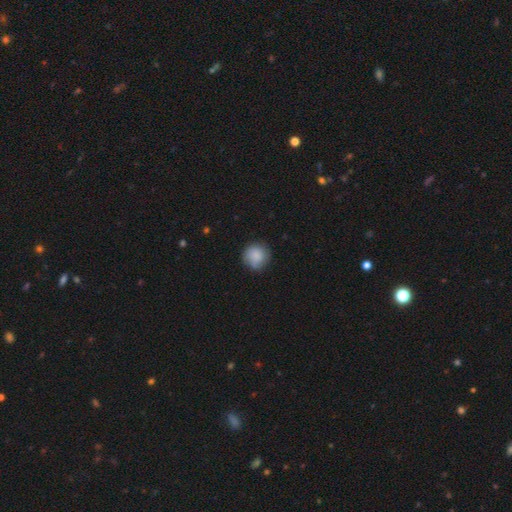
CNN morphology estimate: smooth 85%, featured or disk 8%, star or artifact 7%. Down the decision tree: how rounded — round (91%); merging — none (78%).